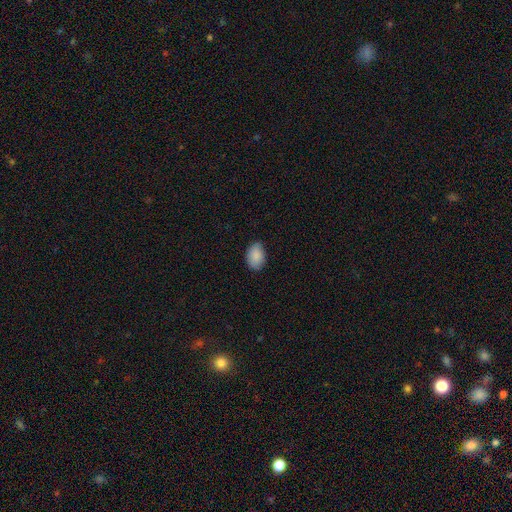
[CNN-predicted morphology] This is clearly a smooth galaxy (89%). How rounded: clearly in between (86%). Merging: clearly none (81%).